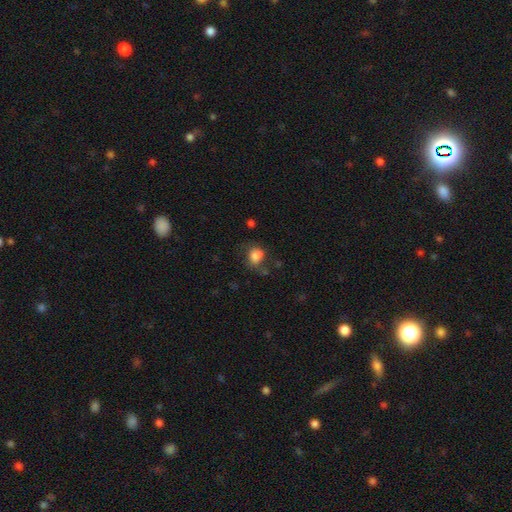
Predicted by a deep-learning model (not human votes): A smooth galaxy with no disk features (80%) that is round (52%). Merging: none (51%).